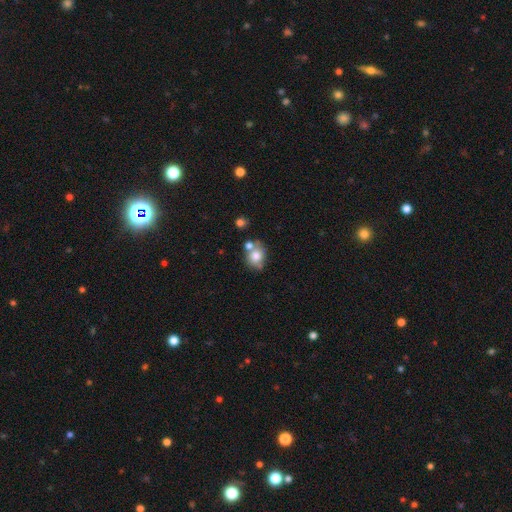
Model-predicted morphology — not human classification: smooth-or-featured: smooth: 73% | featured or disk: 16% | star or artifact: 10%
  how-rounded: round: 60% | in between: 39% | cigar-shaped: 1%
  merging: none: 52% | merger: 27% | minor disturbance: 15% | major disturbance: 5%